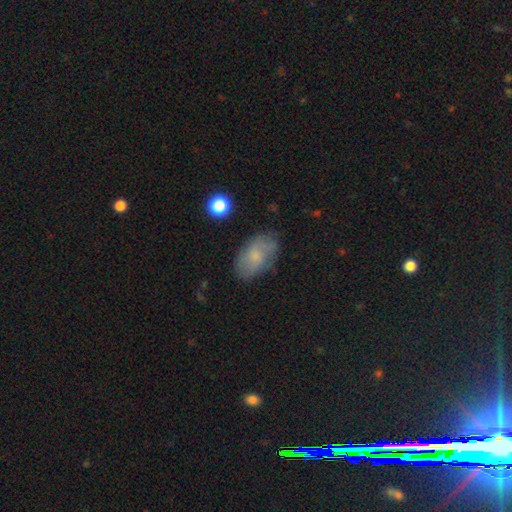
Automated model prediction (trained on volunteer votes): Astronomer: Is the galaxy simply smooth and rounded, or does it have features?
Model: smooth — 65%.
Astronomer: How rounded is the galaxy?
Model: in between — 91%.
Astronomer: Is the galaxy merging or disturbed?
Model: none — 73%.